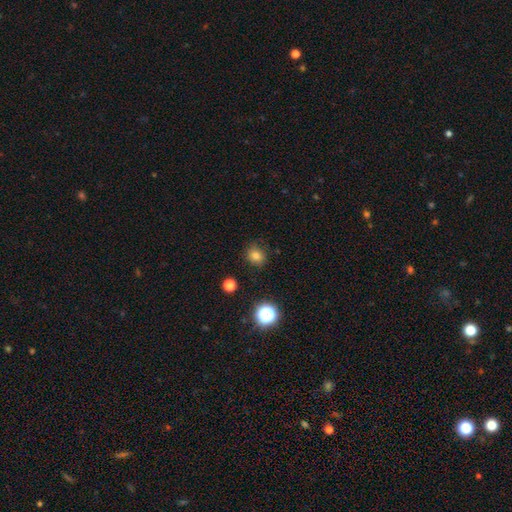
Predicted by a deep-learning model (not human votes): Overall: smooth (79%). How rounded: round (77%). Merging: none (84%).